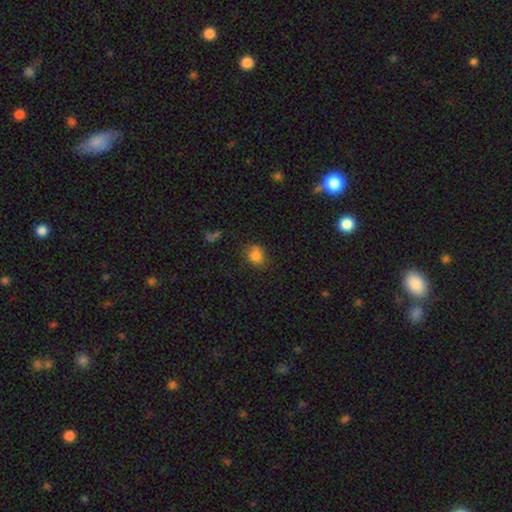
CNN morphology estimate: The model was most divided on "how rounded": round: 55%, in between: 44%, cigar-shaped: 1%. More confident: smooth or featured — smooth (82%); merging — none (67%).